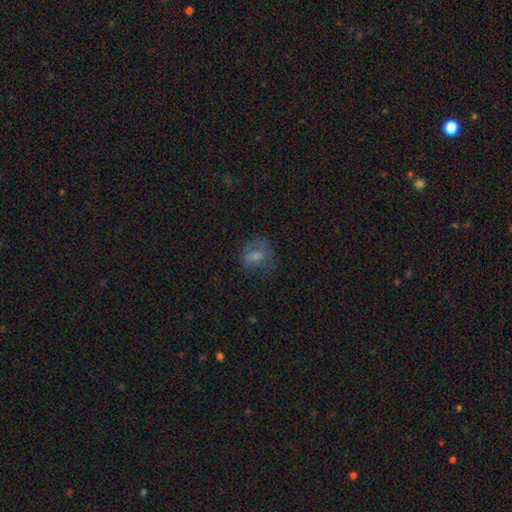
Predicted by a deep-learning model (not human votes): A smooth galaxy with no disk features (63%) that is round (59%).

Vote fractions:
- Smooth or featured? smooth: 63% / featured or disk: 23% / star or artifact: 14%
- How rounded? round: 59% / in between: 40% / cigar-shaped: 1%
- Merging? none: 52% / minor disturbance: 24% / major disturbance: 23% / merger: 2%